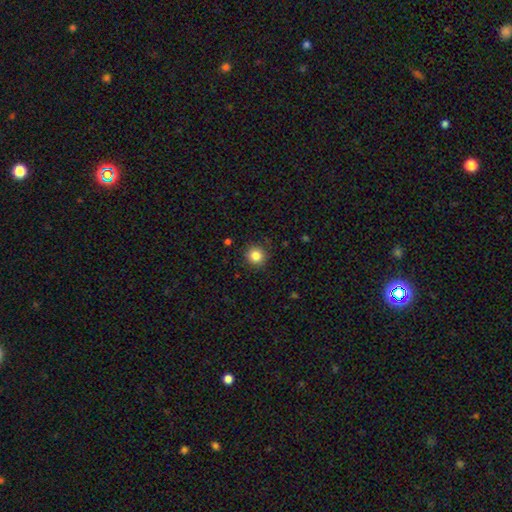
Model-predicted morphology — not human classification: The model was most divided on "smooth or featured": smooth: 85%, star or artifact: 10%, featured or disk: 5%. More confident: how rounded — round (94%); merging — none (90%).